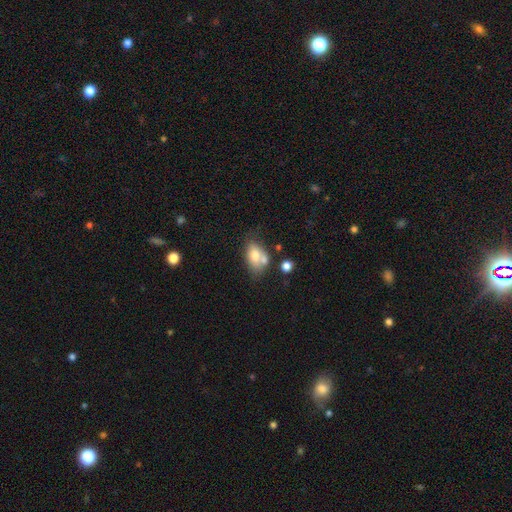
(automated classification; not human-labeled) Morphology: type=smooth (71%); roundness=in between (83%); merging=none (38%).